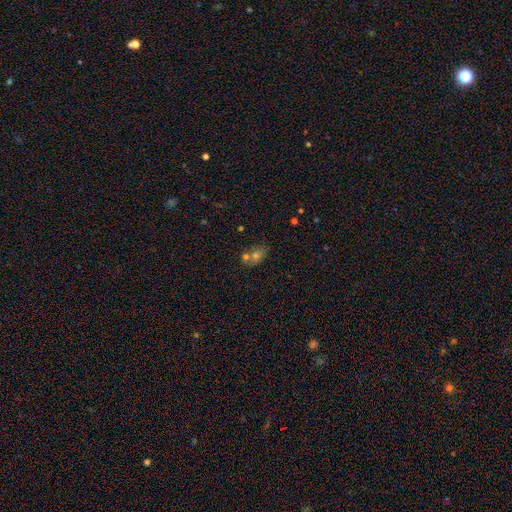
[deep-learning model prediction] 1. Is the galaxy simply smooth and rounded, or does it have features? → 58% smooth, 24% star or artifact, 18% featured or disk.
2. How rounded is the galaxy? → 59% in between, 39% round, 3% cigar-shaped.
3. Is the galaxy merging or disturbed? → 47% none, 38% merger, 10% minor disturbance, 5% major disturbance.